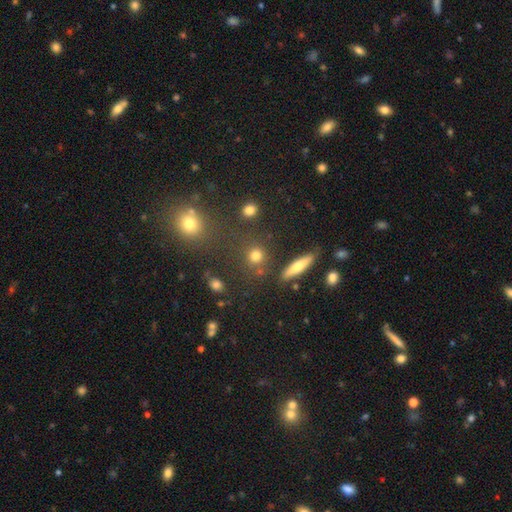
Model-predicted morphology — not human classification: smooth-or-featured: smooth: 76% | star or artifact: 14% | featured or disk: 10%
  how-rounded: round: 80% | in between: 15% | cigar-shaped: 5%
  merging: none: 77% | minor disturbance: 9% | merger: 9% | major disturbance: 4%